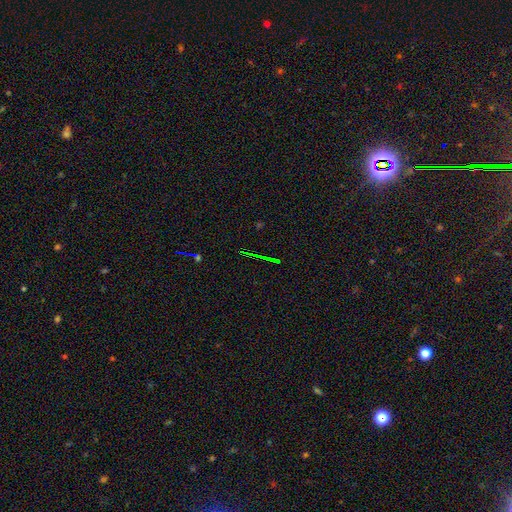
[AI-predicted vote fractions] star or artifact 72%, featured or disk 16%, smooth 13%.